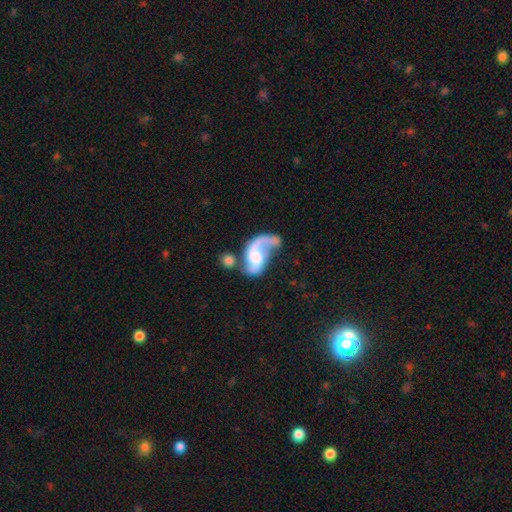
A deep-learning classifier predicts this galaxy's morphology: A featured or disk galaxy (81%) with no bar (54%), 2 (74%) loose (67%) spiral arms (94%) and a moderate central bulge (43%). Merging: none (32%).